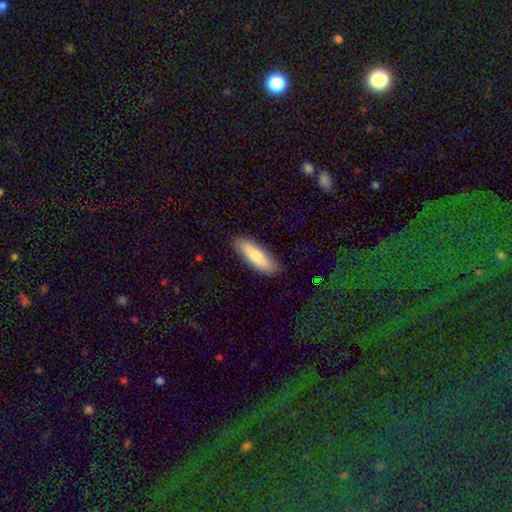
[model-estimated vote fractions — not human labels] smooth_or_featured: smooth (p=0.71) [alt: featured or disk p=0.24]
how_rounded: in between (p=0.49) [tied with: cigar-shaped p=0.49]
merging: none (p=0.86) [alt: minor disturbance p=0.11]